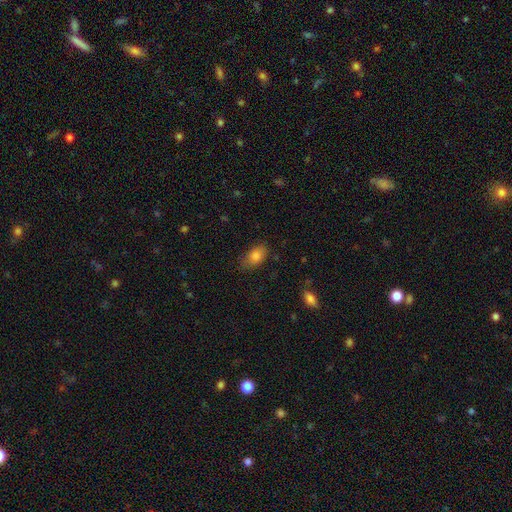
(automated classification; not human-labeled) Smooth or featured? Predicted: smooth (p=0.83). How rounded? Predicted: in between (p=0.89). Merging? Predicted: none (p=0.76).